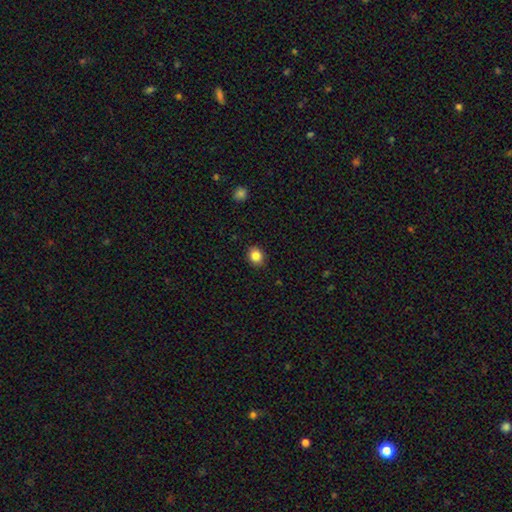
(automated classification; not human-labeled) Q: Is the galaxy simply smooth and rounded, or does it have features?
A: smooth — 84%.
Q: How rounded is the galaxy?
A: round — 64%.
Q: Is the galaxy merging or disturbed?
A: none — 90%.